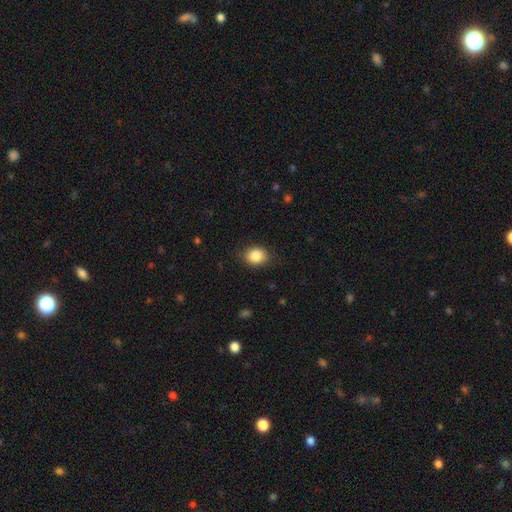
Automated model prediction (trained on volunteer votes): This appears to be a smooth galaxy with no disk features (86%) that is in between round and cigar-shaped (51%). Merging: none (83%).